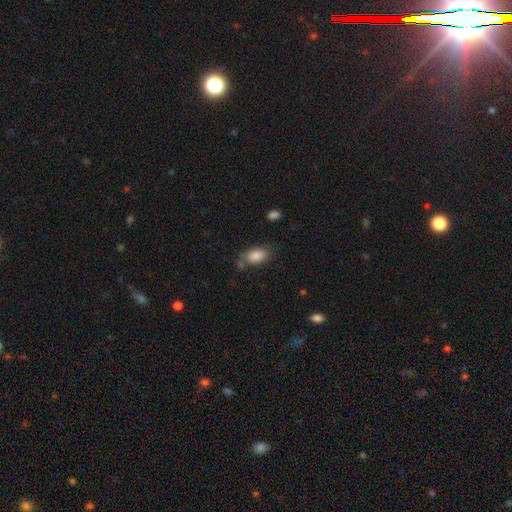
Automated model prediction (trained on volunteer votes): A smooth galaxy with no disk features (85%) that is in between round and cigar-shaped (90%). Merging: none (63%).